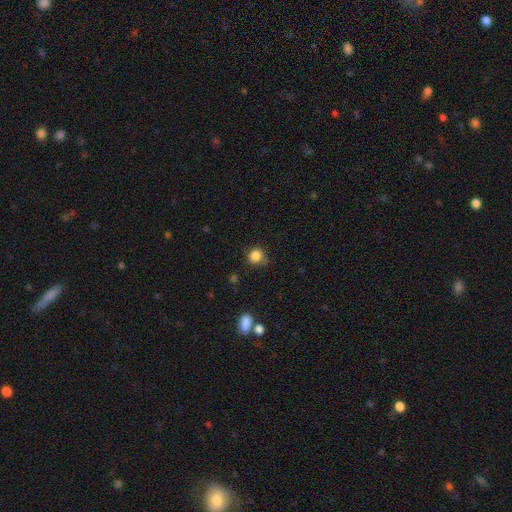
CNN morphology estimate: Smooth or featured?
  - smooth: 85% *
  - star or artifact: 11%
  - featured or disk: 5%
How rounded?
  - round: 84% *
  - in between: 15%
  - cigar-shaped: 1%
Merging?
  - none: 69% *
  - minor disturbance: 21%
  - major disturbance: 6%
  - merger: 4%